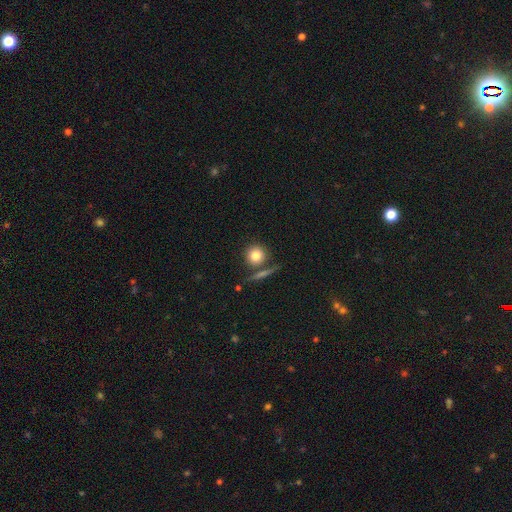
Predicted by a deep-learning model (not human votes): A smooth galaxy with no disk features (81%) that is round (89%).

Vote fractions:
- Smooth or featured? smooth: 81% / featured or disk: 9% / star or artifact: 9%
- How rounded? round: 89% / in between: 9% / cigar-shaped: 2%
- Merging? none: 72% / merger: 13% / minor disturbance: 10% / major disturbance: 4%